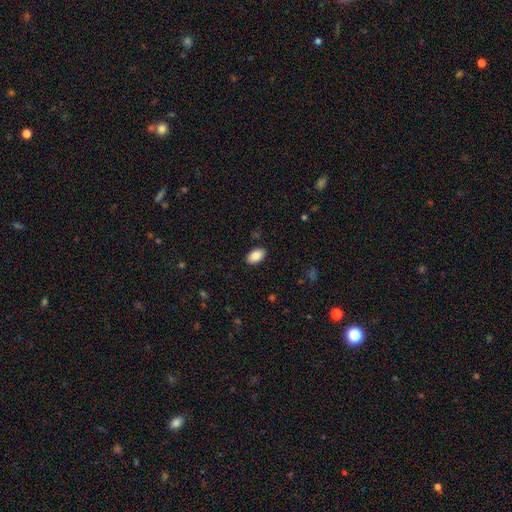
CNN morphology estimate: A smooth galaxy with no disk features (89%) that is in between round and cigar-shaped (92%). Merging: none (88%).